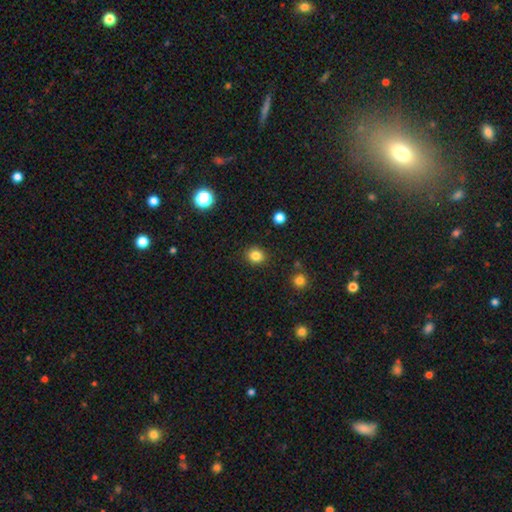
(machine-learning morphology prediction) Smooth or featured?
  - smooth: 83% *
  - star or artifact: 12%
  - featured or disk: 5%
How rounded?
  - round: 77% *
  - in between: 22%
  - cigar-shaped: 1%
Merging?
  - none: 90% *
  - minor disturbance: 7%
  - major disturbance: 2%
  - merger: 1%